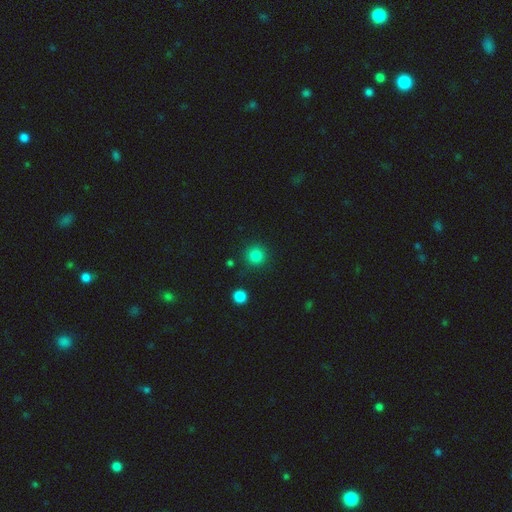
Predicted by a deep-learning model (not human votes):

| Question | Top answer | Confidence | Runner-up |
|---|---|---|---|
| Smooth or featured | smooth | 83% | star or artifact (13%) |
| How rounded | round | 95% | in between (4%) |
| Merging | none | 88% | minor disturbance (7%) |